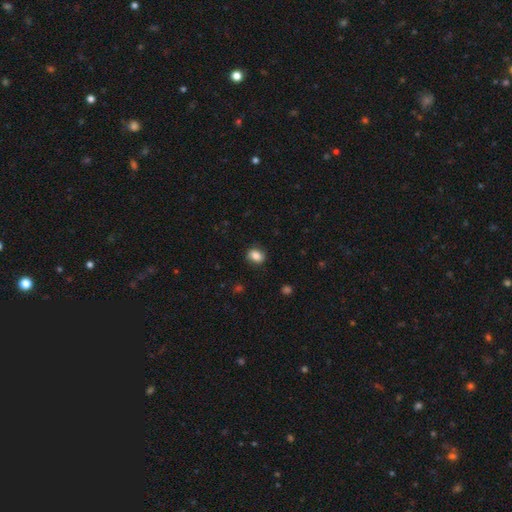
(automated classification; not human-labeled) smooth-or-featured: smooth: 84% | star or artifact: 9% | featured or disk: 7%
  how-rounded: in between: 62% | round: 37% | cigar-shaped: 1%
  merging: none: 85% | minor disturbance: 11% | major disturbance: 3% | merger: 1%